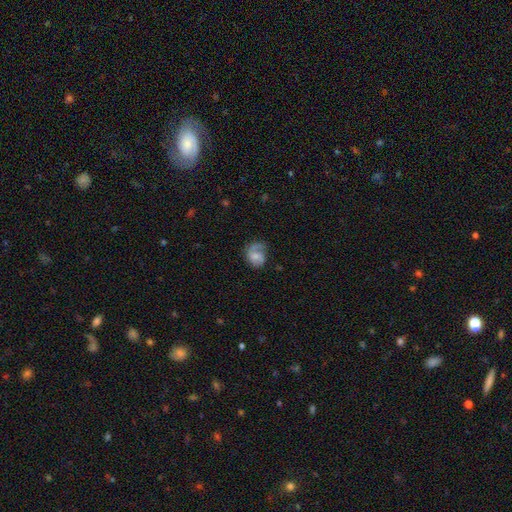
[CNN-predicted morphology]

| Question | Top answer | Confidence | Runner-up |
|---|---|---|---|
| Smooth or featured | featured or disk | 60% | smooth (33%) |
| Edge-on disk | no | 98% | yes (2%) |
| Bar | no | 63% | weak (32%) |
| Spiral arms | yes | 88% | no (12%) |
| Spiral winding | medium | 43% | loose (31%) |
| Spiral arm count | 1 | 47% | 2 (41%) |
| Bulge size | small | 49% | moderate (36%) |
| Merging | none | 50% | minor disturbance (26%) |